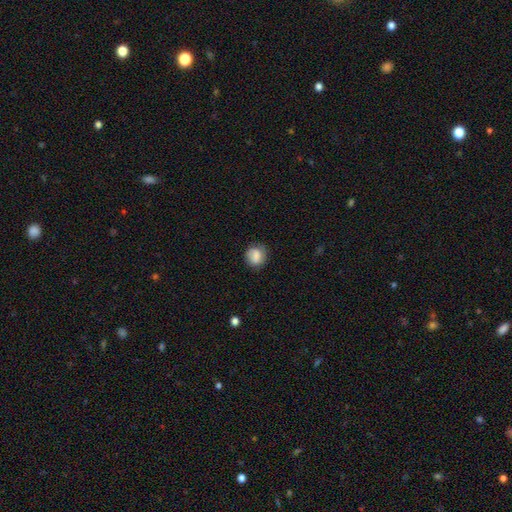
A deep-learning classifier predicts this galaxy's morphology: Q: Smooth or featured?
A: smooth (77%); runner-up: featured or disk (15%)
Q: How rounded?
A: round (75%); runner-up: in between (24%)
Q: Merging?
A: none (77%); runner-up: minor disturbance (17%)